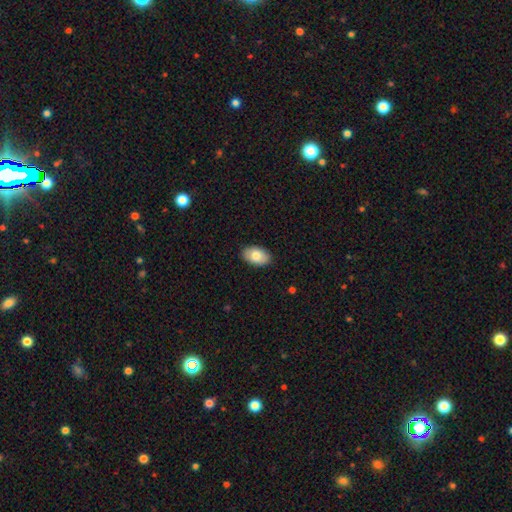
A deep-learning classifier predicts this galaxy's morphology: Q: Smooth or featured?
A: smooth (82%); runner-up: featured or disk (12%)
Q: How rounded?
A: in between (92%); runner-up: round (6%)
Q: Merging?
A: none (89%); runner-up: minor disturbance (9%)